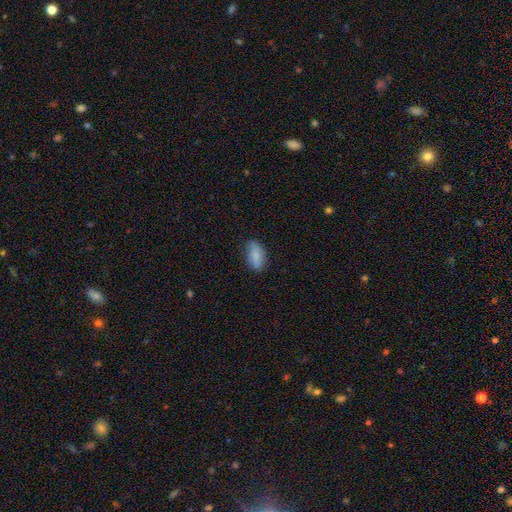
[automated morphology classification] Smooth or featured? Predicted: smooth (p=0.82). How rounded? Predicted: in between (p=0.90). Merging? Predicted: none (p=0.81).